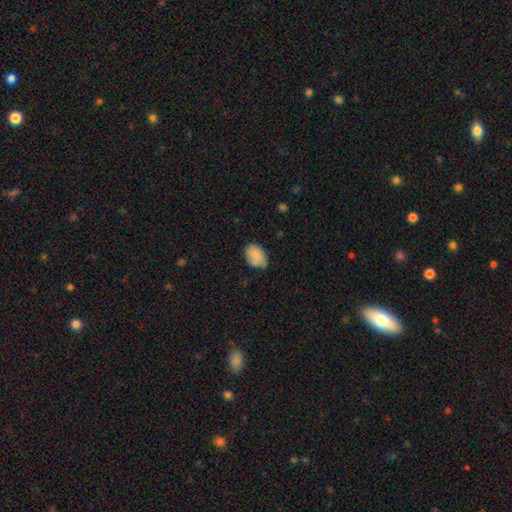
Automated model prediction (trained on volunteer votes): A smooth galaxy with no disk features (82%) that is in between round and cigar-shaped (86%).

Vote fractions:
- Smooth or featured? smooth: 82% / featured or disk: 11% / star or artifact: 7%
- How rounded? in between: 86% / round: 12% / cigar-shaped: 1%
- Merging? none: 63% / minor disturbance: 30% / major disturbance: 5% / merger: 2%